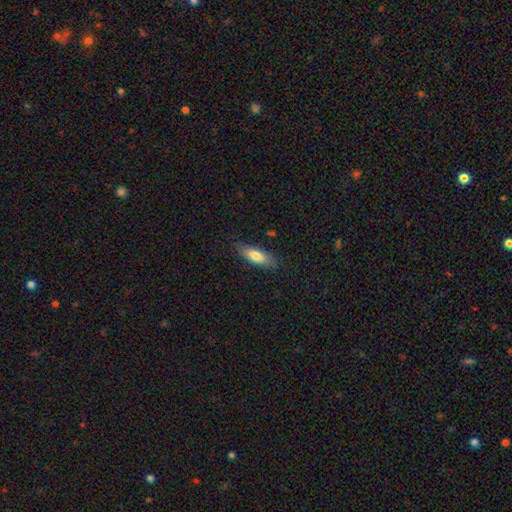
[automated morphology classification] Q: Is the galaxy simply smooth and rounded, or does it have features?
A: smooth — 77%.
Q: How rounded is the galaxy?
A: in between — 61%.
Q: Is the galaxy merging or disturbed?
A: none — 80%.